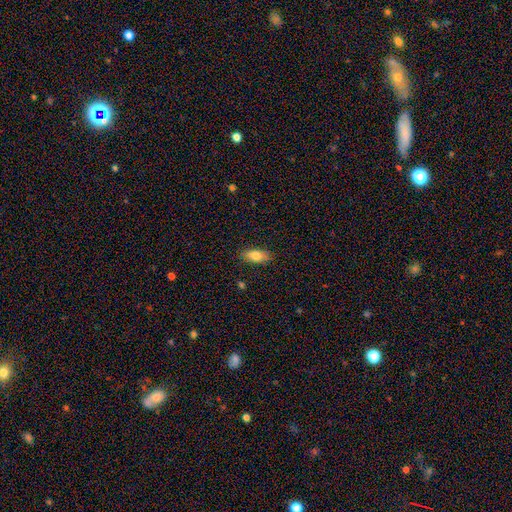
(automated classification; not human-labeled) Smooth or featured?
  - smooth: 79% *
  - featured or disk: 14%
  - star or artifact: 7%
How rounded?
  - in between: 81% *
  - cigar-shaped: 16%
  - round: 3%
Merging?
  - none: 87% *
  - minor disturbance: 10%
  - major disturbance: 2%
  - merger: 1%